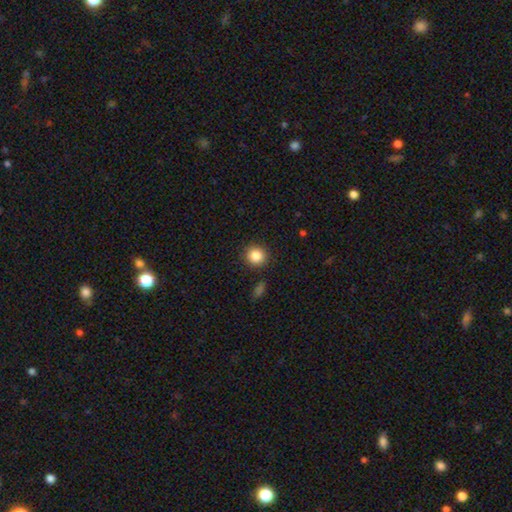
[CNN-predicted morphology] smooth 86%, star or artifact 9%, featured or disk 5%. Down the decision tree: how rounded — round (90%); merging — none (89%).